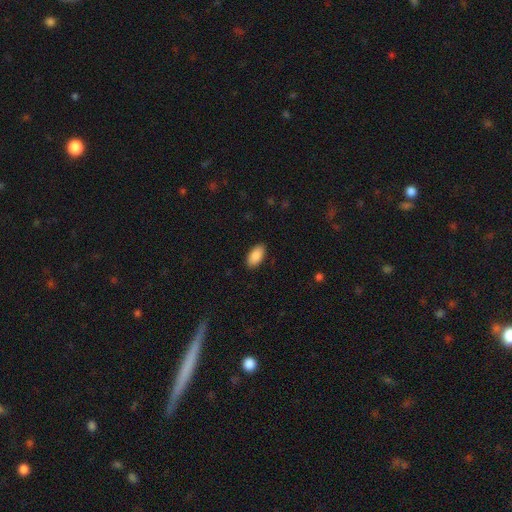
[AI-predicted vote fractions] Smooth or featured?
  - smooth: 89% *
  - star or artifact: 6%
  - featured or disk: 4%
How rounded?
  - in between: 95% *
  - cigar-shaped: 3%
  - round: 2%
Merging?
  - none: 89% *
  - minor disturbance: 8%
  - major disturbance: 2%
  - merger: 1%